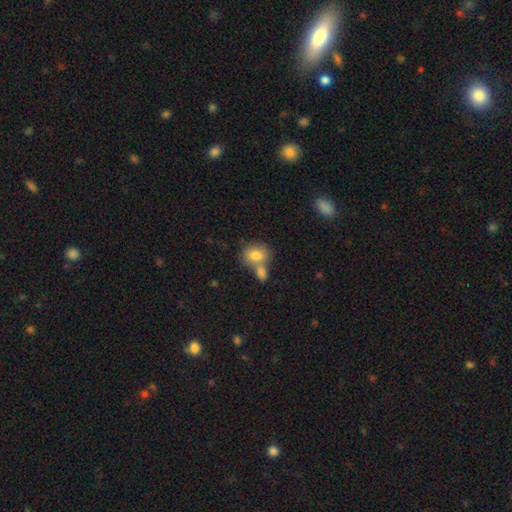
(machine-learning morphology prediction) Q: Smooth or featured?
A: smooth (79%); runner-up: featured or disk (13%)
Q: How rounded?
A: in between (57%); runner-up: round (42%)
Q: Merging?
A: merger (44%); runner-up: none (41%)